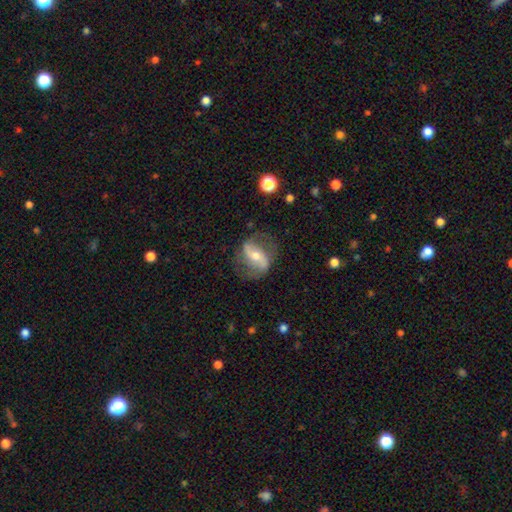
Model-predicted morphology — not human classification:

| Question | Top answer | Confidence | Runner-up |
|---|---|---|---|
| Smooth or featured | featured or disk | 74% | smooth (19%) |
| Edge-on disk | no | 93% | yes (7%) |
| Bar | strong | 51% | weak (28%) |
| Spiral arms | yes | 82% | no (18%) |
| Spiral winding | loose | 52% | medium (34%) |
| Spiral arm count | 2 | 87% | can't tell (7%) |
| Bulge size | moderate | 55% | small (39%) |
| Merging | none | 70% | minor disturbance (18%) |